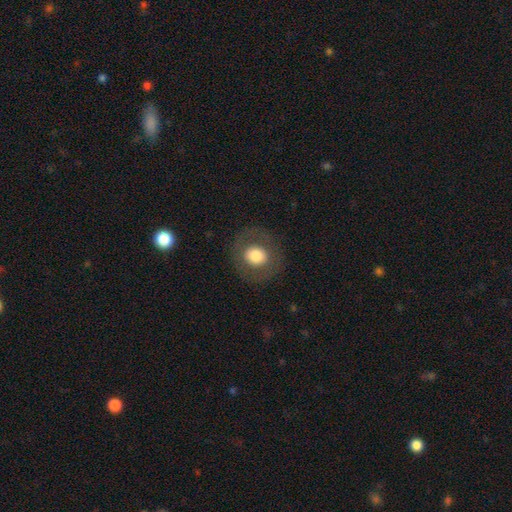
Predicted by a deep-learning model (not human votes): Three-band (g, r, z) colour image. It shows a smooth galaxy with no disk features (69%) that is round (84%). Merging: none (85%).